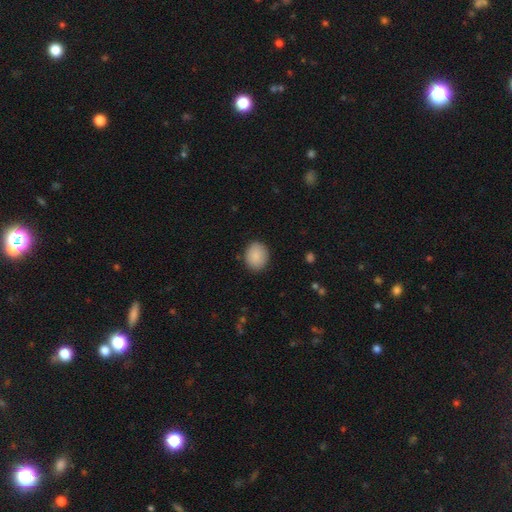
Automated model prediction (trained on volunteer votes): This is clearly a smooth galaxy (89%). How rounded: possibly round (57%). Merging: clearly none (87%).